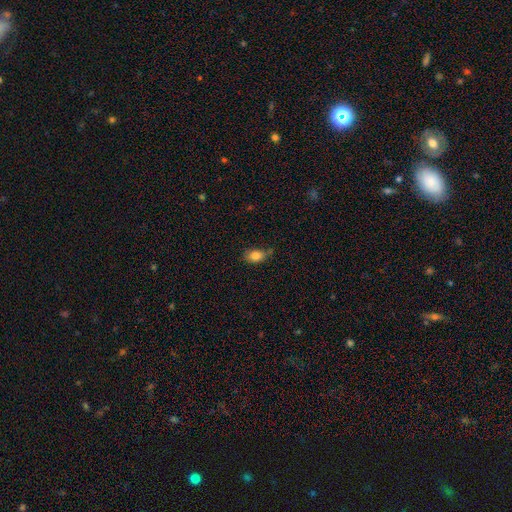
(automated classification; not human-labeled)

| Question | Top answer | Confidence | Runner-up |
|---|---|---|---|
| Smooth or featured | smooth | 83% | star or artifact (9%) |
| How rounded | in between | 85% | round (12%) |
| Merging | none | 64% | minor disturbance (27%) |